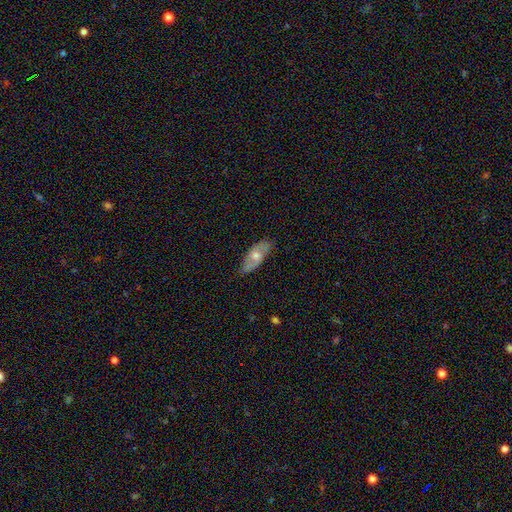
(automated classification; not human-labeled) Smooth or featured? Predicted: featured or disk (p=0.51). Edge-on disk? Predicted: no (p=0.78). Merging? Predicted: none (p=0.78).